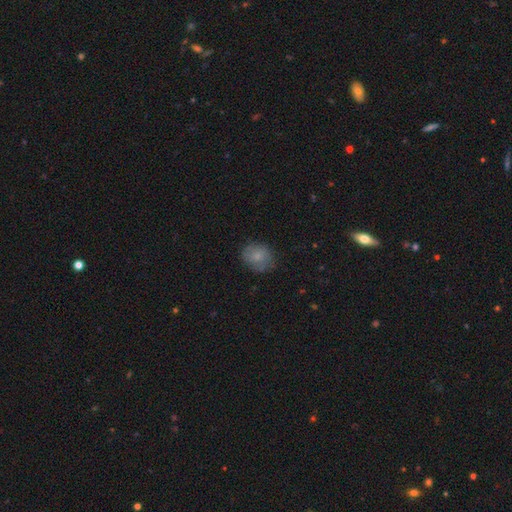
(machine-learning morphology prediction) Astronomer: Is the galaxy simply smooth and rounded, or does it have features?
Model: smooth — 72%.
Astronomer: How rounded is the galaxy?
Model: round — 65%.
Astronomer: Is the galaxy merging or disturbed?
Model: none — 74%.